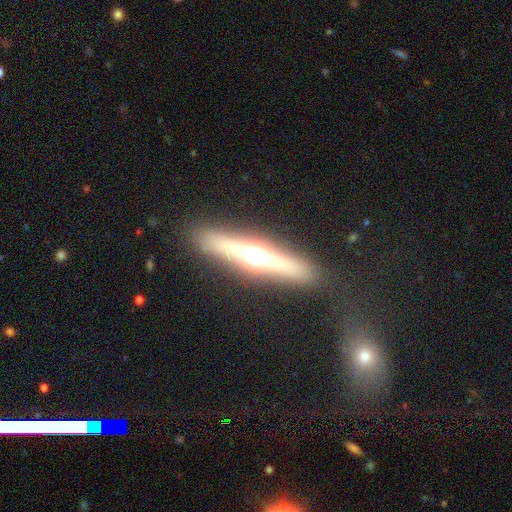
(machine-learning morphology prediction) Q: Smooth or featured?
A: featured or disk (66%); runner-up: smooth (24%)
Q: Edge-on disk?
A: yes (93%); runner-up: no (7%)
Q: Edge-on bulge?
A: rounded (92%); runner-up: boxy (5%)
Q: Merging?
A: none (89%); runner-up: minor disturbance (8%)